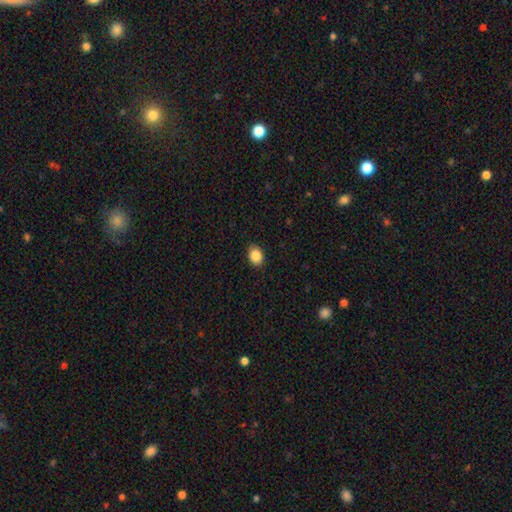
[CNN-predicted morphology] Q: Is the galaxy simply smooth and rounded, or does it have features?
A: smooth — 86%.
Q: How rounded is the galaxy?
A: in between — 63%.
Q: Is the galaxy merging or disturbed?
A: none — 89%.